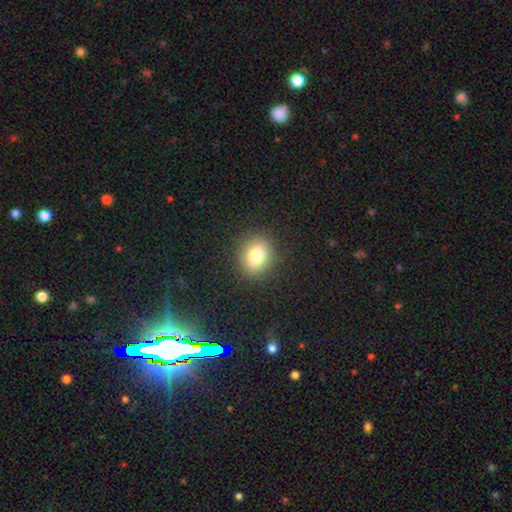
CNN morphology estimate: The model was most divided on "how rounded": round: 59%, in between: 40%, cigar-shaped: 1%. More confident: merging — none (88%); smooth or featured — smooth (80%).